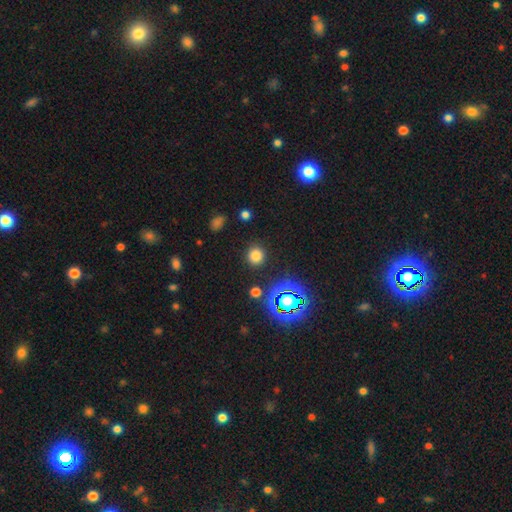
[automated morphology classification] Q: Smooth or featured?
A: smooth (75%); runner-up: star or artifact (20%)
Q: How rounded?
A: round (90%); runner-up: in between (9%)
Q: Merging?
A: none (89%); runner-up: minor disturbance (7%)